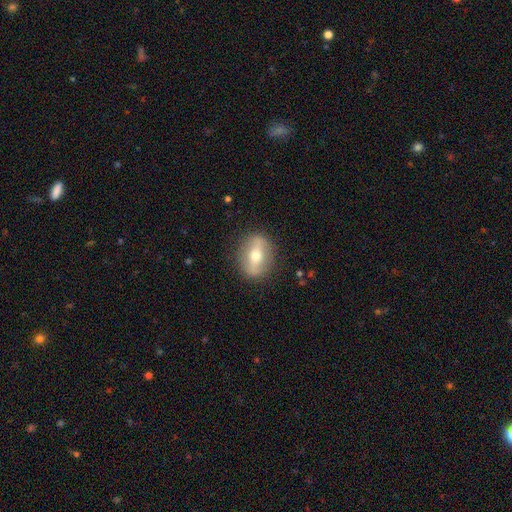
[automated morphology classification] Smooth or featured? featured or disk (56%)
Edge-on disk? no (65%)
Merging? none (86%)